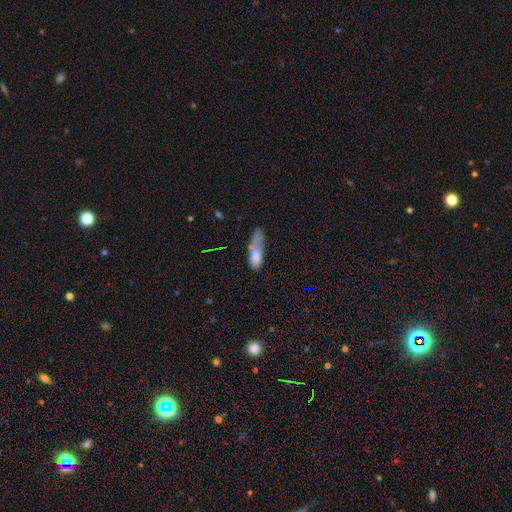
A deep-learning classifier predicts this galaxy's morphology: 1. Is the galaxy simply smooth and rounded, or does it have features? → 69% smooth, 21% featured or disk, 11% star or artifact.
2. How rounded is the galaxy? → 50% in between, 45% cigar-shaped, 4% round.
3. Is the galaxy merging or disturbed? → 28% none, 25% major disturbance, 24% minor disturbance, 23% merger.